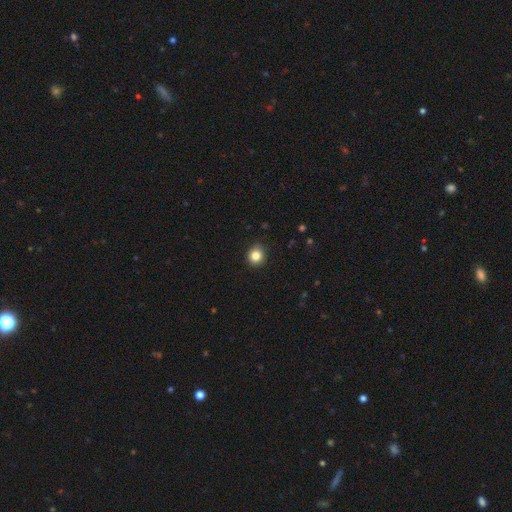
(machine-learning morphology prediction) Smooth or featured? smooth (84%)
How rounded? round (83%)
Merging? none (88%)